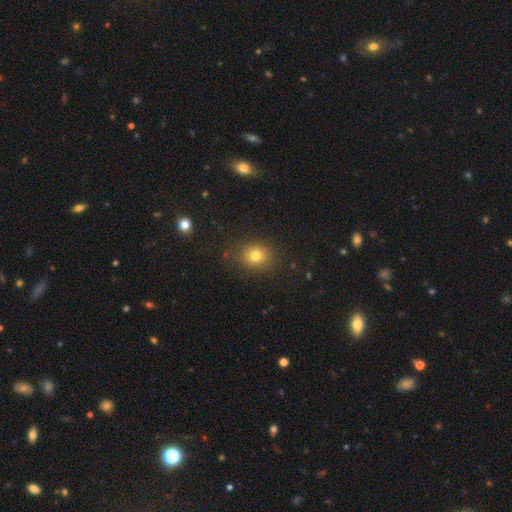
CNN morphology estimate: Smooth or featured?
  - smooth: 77% *
  - star or artifact: 14%
  - featured or disk: 9%
How rounded?
  - round: 68% *
  - in between: 31%
  - cigar-shaped: 1%
Merging?
  - none: 84% *
  - minor disturbance: 11%
  - major disturbance: 4%
  - merger: 2%